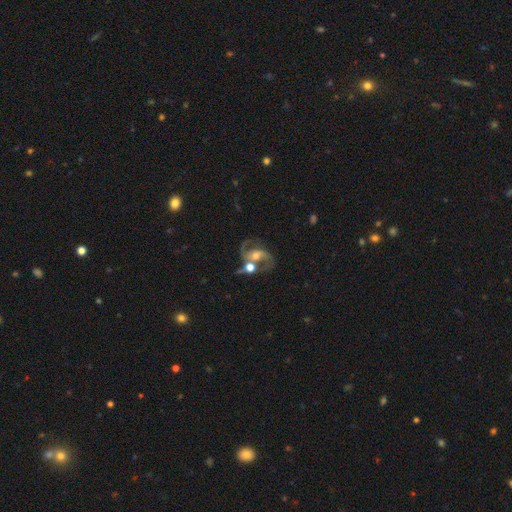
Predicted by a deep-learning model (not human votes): This appears to be a featured or disk galaxy (85%) with no bar (41%), 2 (90%) medium (54%) spiral arms (95%) and a moderate central bulge (64%). Merging: none (48%).